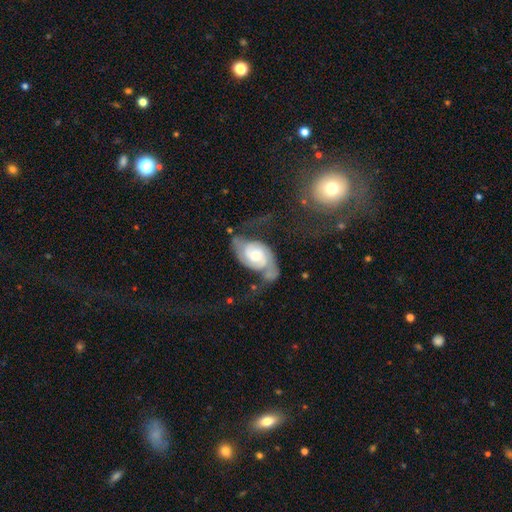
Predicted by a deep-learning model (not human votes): This is clearly a featured or disk galaxy (82%). It is clearly not viewed edge-on (97%). Bar: likely no (63%). Spiral arm pattern: clearly yes (94%). Spiral arm count: clearly 2 (85%). Spiral winding: marginally medium (42%). Central bulge: possibly moderate (55%). Merging: marginally none (39%).